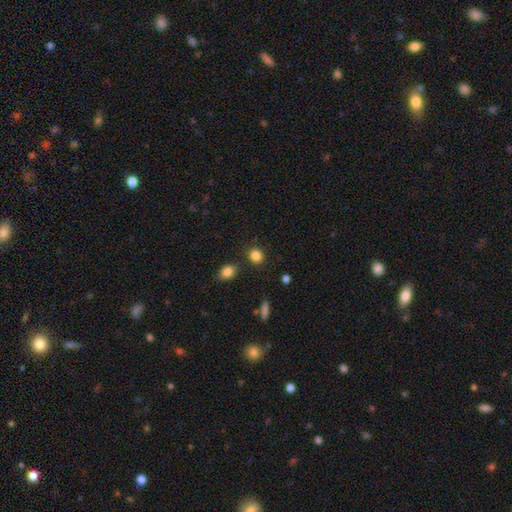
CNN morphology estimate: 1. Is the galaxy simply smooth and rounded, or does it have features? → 85% smooth, 11% star or artifact, 4% featured or disk.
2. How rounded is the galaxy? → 77% round, 22% in between, 1% cigar-shaped.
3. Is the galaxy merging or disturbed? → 84% none, 8% minor disturbance, 5% merger, 3% major disturbance.